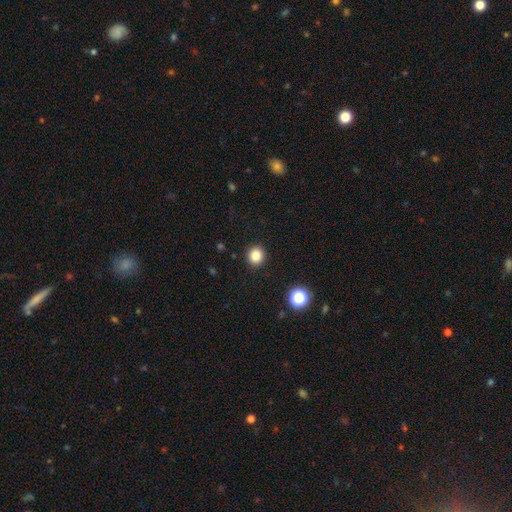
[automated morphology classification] A smooth galaxy with no disk features (84%) that is round (87%). Merging: none (92%).